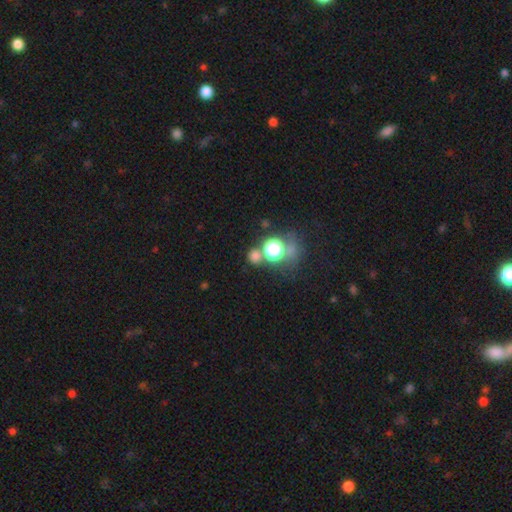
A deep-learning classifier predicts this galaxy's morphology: The model was most divided on "merging": none: 64%, merger: 22%, minor disturbance: 9%, major disturbance: 5%. More confident: how rounded — round (85%); smooth or featured — smooth (68%).